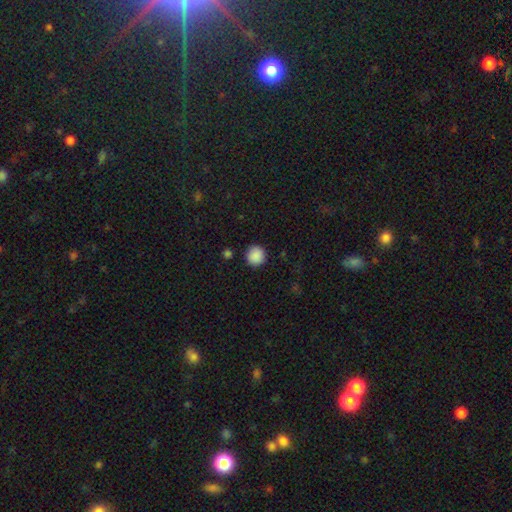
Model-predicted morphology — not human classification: smooth_or_featured: smooth (p=0.89) [alt: star or artifact p=0.09]
how_rounded: round (p=0.95) [alt: in between p=0.04]
merging: none (p=0.91) [alt: minor disturbance p=0.06]